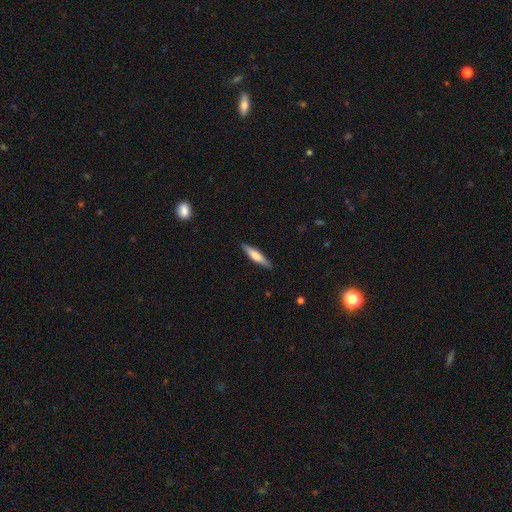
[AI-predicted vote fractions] Smooth or featured?
  - smooth: 61% *
  - featured or disk: 33%
  - star or artifact: 6%
How rounded?
  - cigar-shaped: 83% *
  - in between: 16%
  - round: 2%
Merging?
  - none: 89% *
  - minor disturbance: 8%
  - major disturbance: 2%
  - merger: 1%